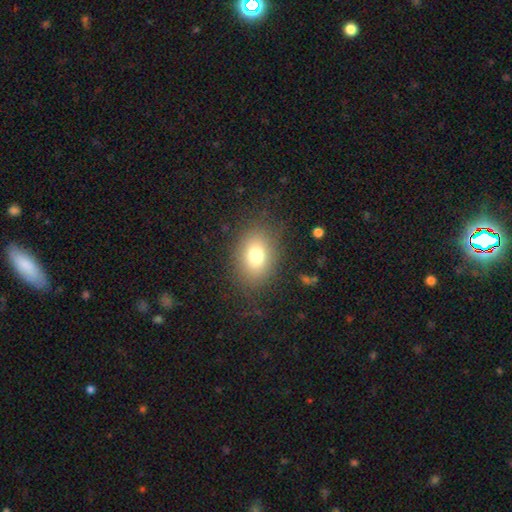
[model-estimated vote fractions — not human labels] Morphology: type=smooth (75%); roundness=in between (67%); merging=none (82%).